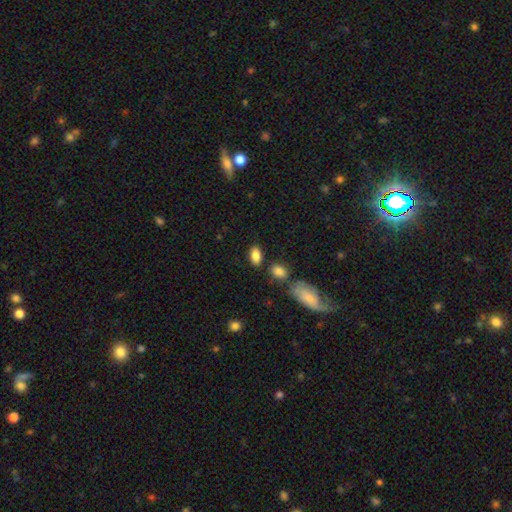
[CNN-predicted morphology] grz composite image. It shows a smooth galaxy with no disk features (85%) that is in between round and cigar-shaped (91%). Merging: none (79%).